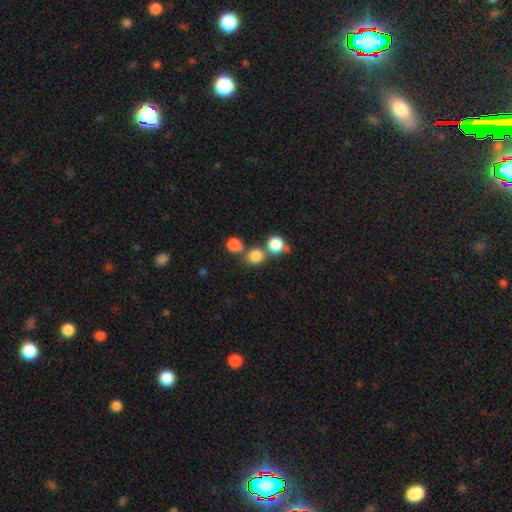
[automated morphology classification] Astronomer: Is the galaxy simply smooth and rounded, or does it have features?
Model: smooth — 80%.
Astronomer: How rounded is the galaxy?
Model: round — 85%.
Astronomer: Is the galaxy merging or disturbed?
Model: none — 53% (runner-up: merger, 35%).